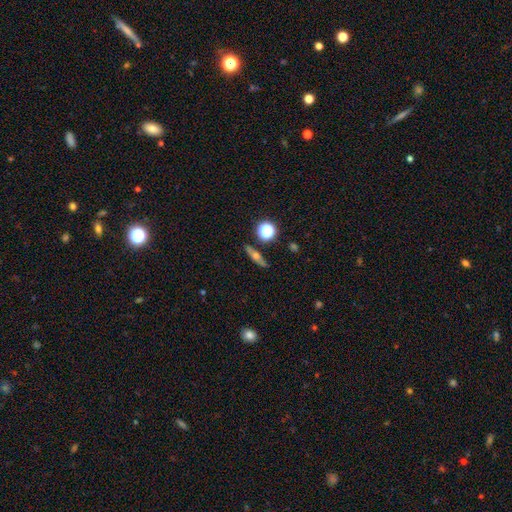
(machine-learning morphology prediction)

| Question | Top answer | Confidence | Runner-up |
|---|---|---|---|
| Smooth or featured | featured or disk | 55% | smooth (30%) |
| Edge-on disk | yes | 88% | no (12%) |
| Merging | none | 87% | minor disturbance (8%) |